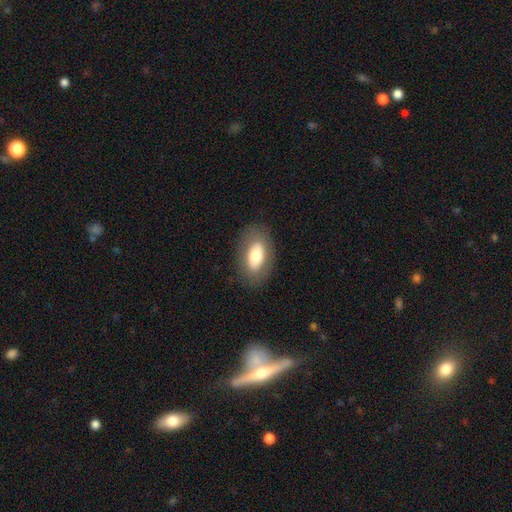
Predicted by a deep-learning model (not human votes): Smooth or featured?
  - smooth: 68% *
  - featured or disk: 25%
  - star or artifact: 7%
How rounded?
  - in between: 91% *
  - round: 6%
  - cigar-shaped: 3%
Merging?
  - none: 83% *
  - minor disturbance: 11%
  - major disturbance: 5%
  - merger: 1%